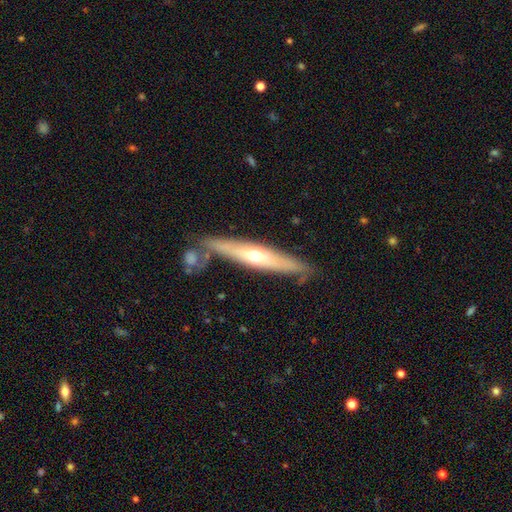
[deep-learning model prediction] smooth_or_featured: featured or disk (p=0.57) [alt: smooth p=0.37]
disk_edge_on: yes (p=0.87) [alt: no p=0.13]
merging: none (p=0.78) [alt: minor disturbance p=0.13]